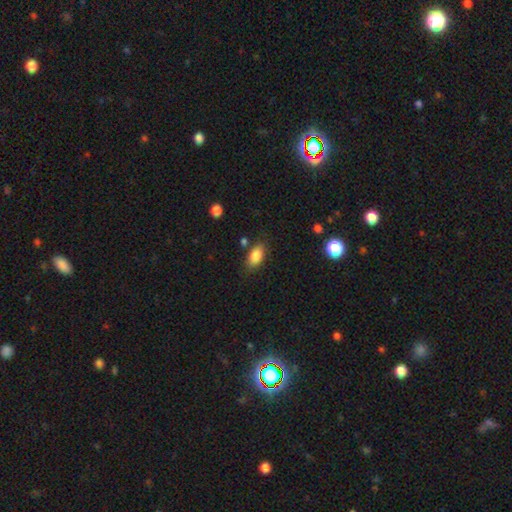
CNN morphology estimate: smooth-or-featured: smooth: 84% | star or artifact: 8% | featured or disk: 8%
  how-rounded: in between: 90% | round: 6% | cigar-shaped: 4%
  merging: none: 78% | minor disturbance: 14% | merger: 4% | major disturbance: 3%